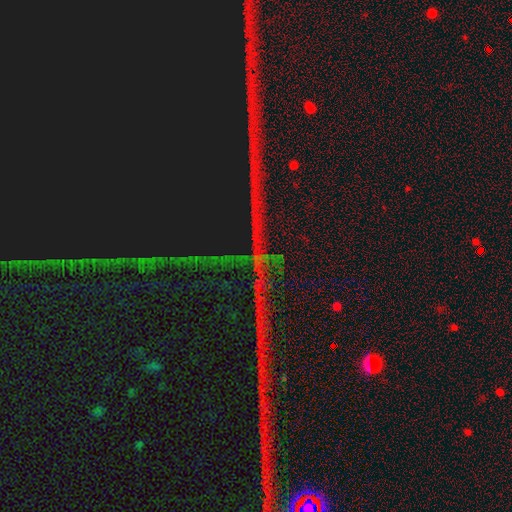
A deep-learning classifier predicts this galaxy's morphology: A star or artifact, not a galaxy (88%).